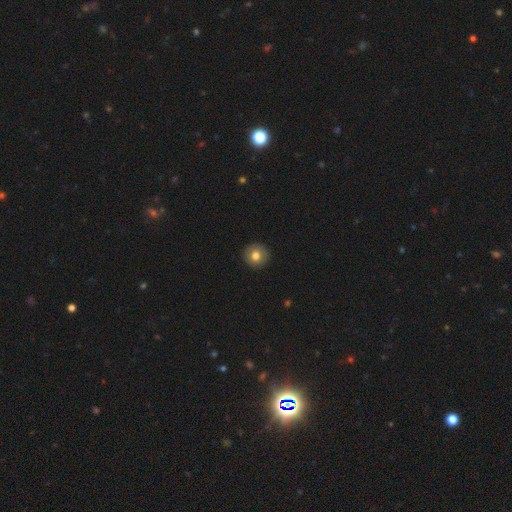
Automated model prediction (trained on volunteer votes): Smooth or featured: smooth — 79% (featured or disk — 12%)
How rounded: round — 95% (in between — 4%)
Merging: none — 92% (minor disturbance — 5%)